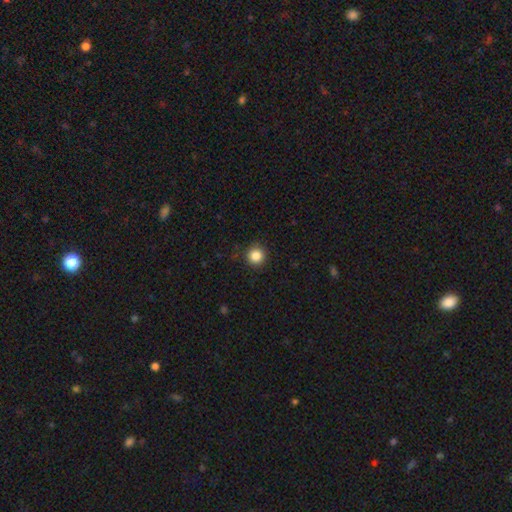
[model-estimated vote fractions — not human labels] Overall: smooth (85%). How rounded: round (95%). Merging: none (90%).